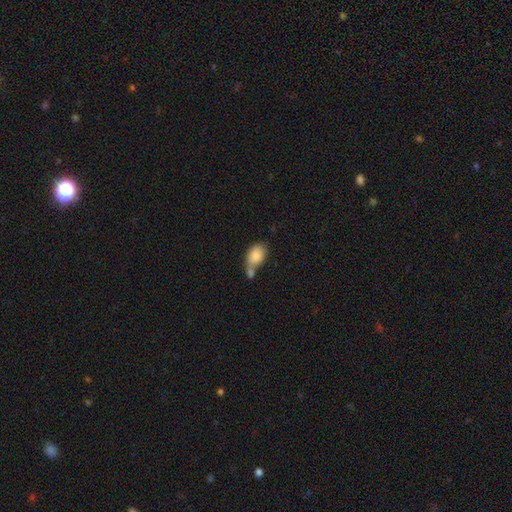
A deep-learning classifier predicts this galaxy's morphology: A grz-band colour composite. It shows a smooth galaxy with no disk features (83%) that is in between round and cigar-shaped (87%). Merging: merger (47%).